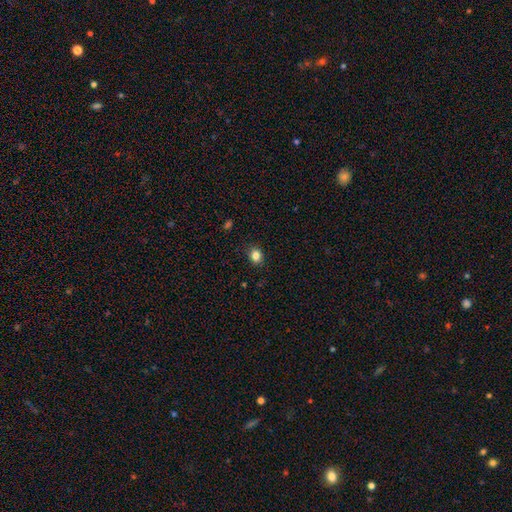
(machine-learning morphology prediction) This is clearly a smooth galaxy (83%). How rounded: possibly round (56%). Merging: clearly none (88%).